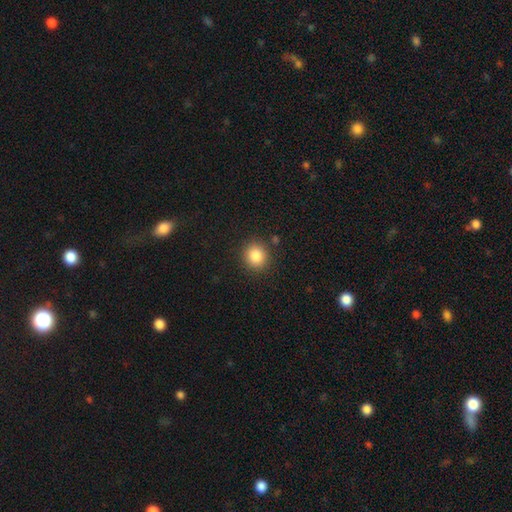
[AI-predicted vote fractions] Overall: smooth (85%). How rounded: round (85%). Merging: none (88%).